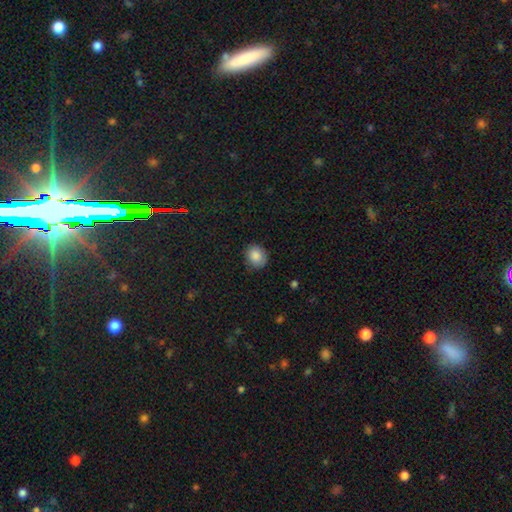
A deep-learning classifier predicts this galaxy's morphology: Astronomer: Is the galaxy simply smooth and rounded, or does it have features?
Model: smooth — 85%.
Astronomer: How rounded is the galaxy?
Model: round — 72%.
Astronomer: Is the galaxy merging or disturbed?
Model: none — 78%.